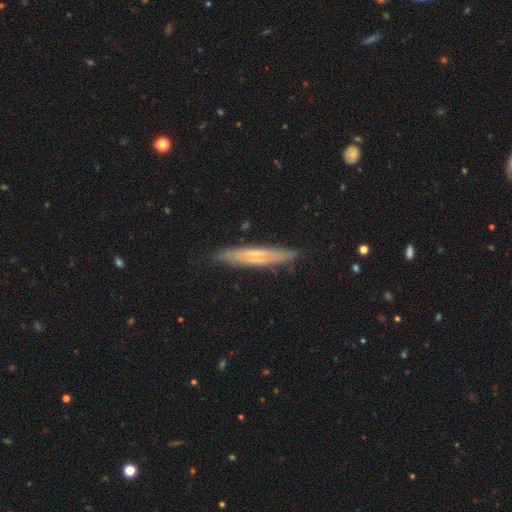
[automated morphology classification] This appears to be a featured or disk galaxy (50%). Merging: none (83%).